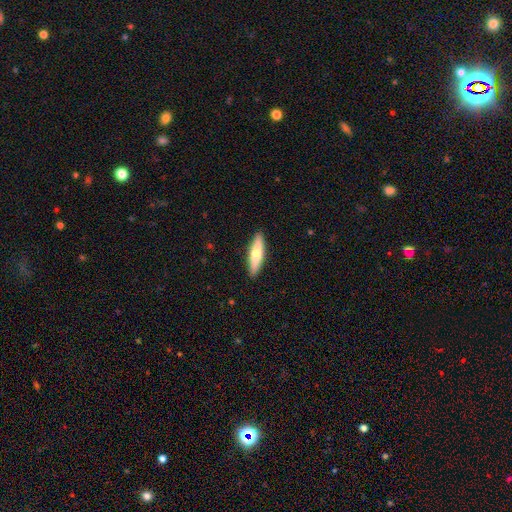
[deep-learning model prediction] A smooth galaxy with no disk features (57%) that is cigar-shaped (69%). Merging: none (90%).